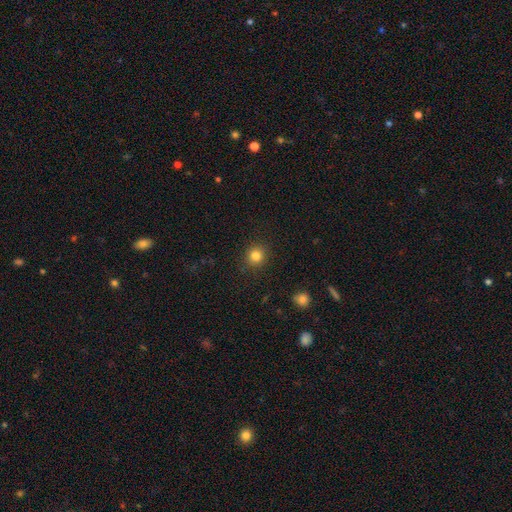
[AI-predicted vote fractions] Smooth or featured? smooth (83%)
How rounded? round (90%)
Merging? none (90%)